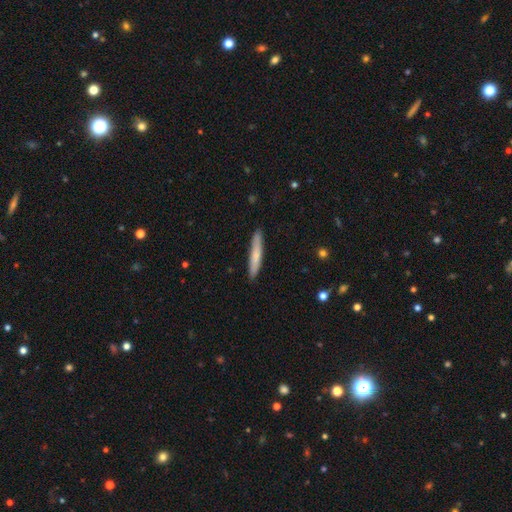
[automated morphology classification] Smooth or featured? smooth (70%)
How rounded? cigar-shaped (95%)
Merging? none (90%)